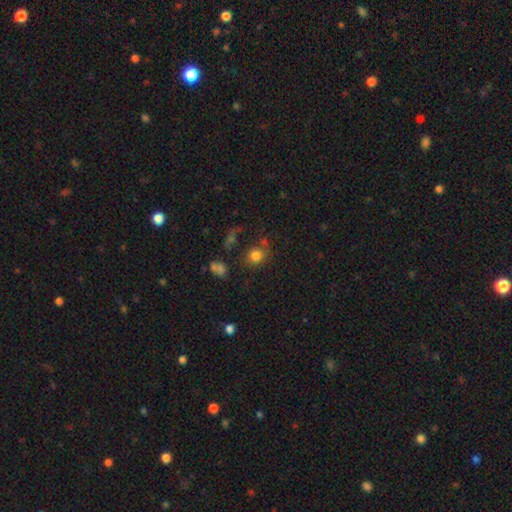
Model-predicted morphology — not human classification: The model was most divided on "merging": none: 65%, minor disturbance: 15%, merger: 11%, major disturbance: 9%. More confident: smooth or featured — smooth (78%); how rounded — round (77%).